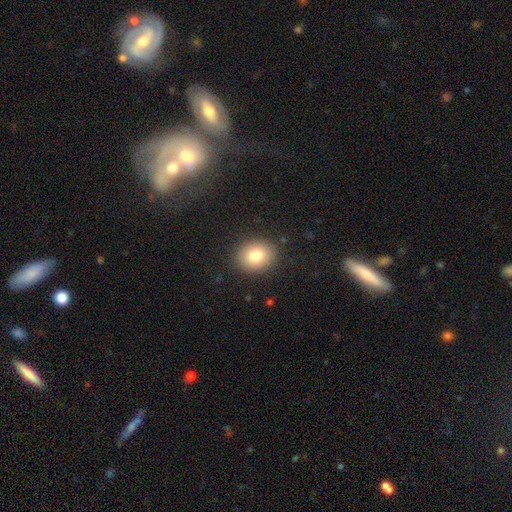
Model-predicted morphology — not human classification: Smooth or featured: smooth — 79% (featured or disk — 11%)
How rounded: round — 65% (in between — 34%)
Merging: none — 89% (minor disturbance — 7%)